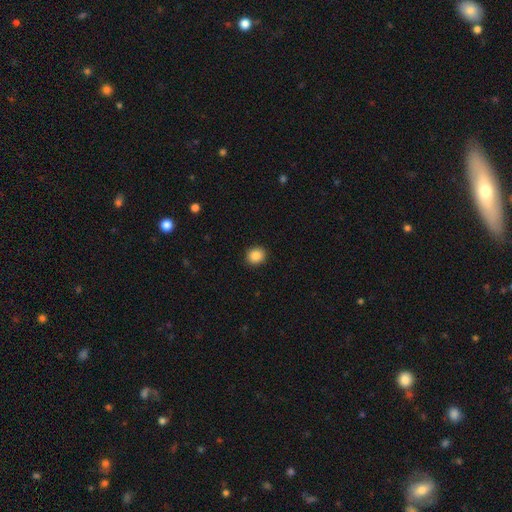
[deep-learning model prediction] A smooth galaxy with no disk features (88%) that is round (80%).

Vote fractions:
- Smooth or featured? smooth: 88% / star or artifact: 9% / featured or disk: 3%
- How rounded? round: 80% / in between: 19% / cigar-shaped: 1%
- Merging? none: 91% / minor disturbance: 6% / major disturbance: 2% / merger: 1%